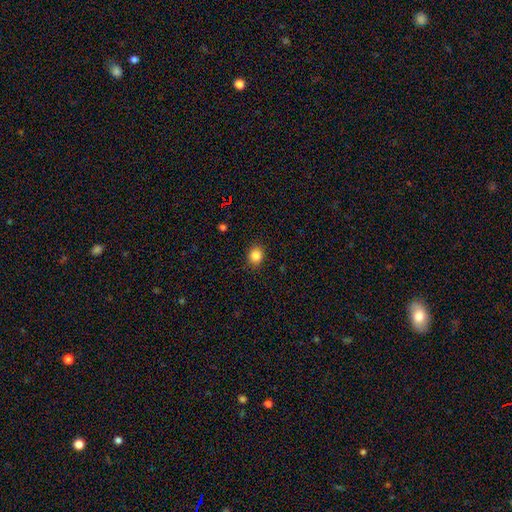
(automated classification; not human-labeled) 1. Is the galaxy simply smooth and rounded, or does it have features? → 84% smooth, 11% star or artifact, 4% featured or disk.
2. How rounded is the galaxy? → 74% round, 25% in between, 1% cigar-shaped.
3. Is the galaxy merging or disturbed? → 88% none, 8% minor disturbance, 2% major disturbance, 1% merger.